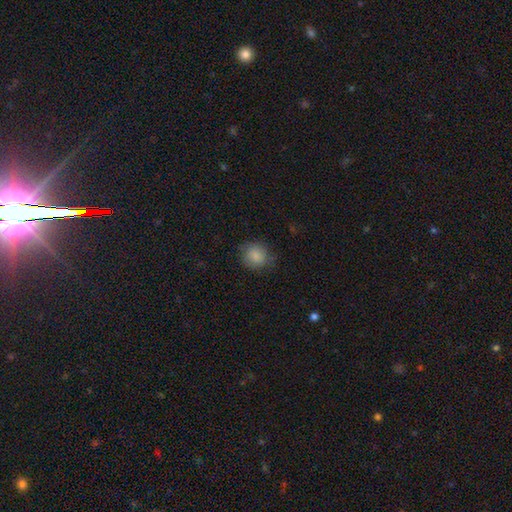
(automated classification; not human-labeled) Morphology: type=smooth (84%); roundness=round (85%); merging=none (76%).